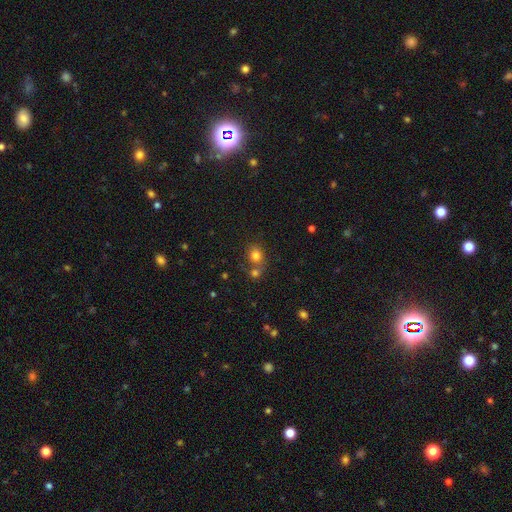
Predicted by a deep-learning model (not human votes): This is likely a smooth galaxy (79%). How rounded: likely round (70%). Merging: possibly none (48%).